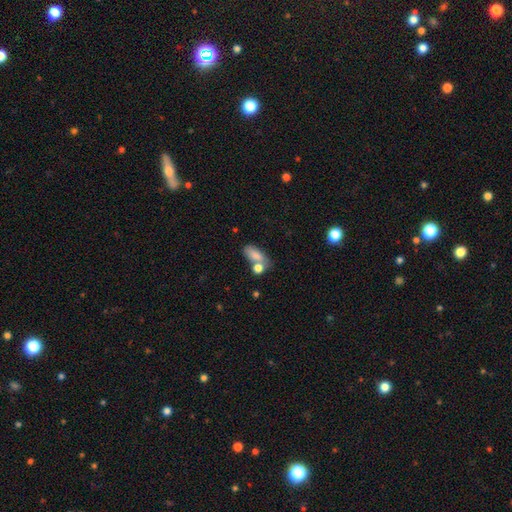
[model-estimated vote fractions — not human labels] The model was most divided on "merging": none: 43%, merger: 35%, minor disturbance: 15%, major disturbance: 7%. More confident: how rounded — in between (82%); smooth or featured — smooth (81%).